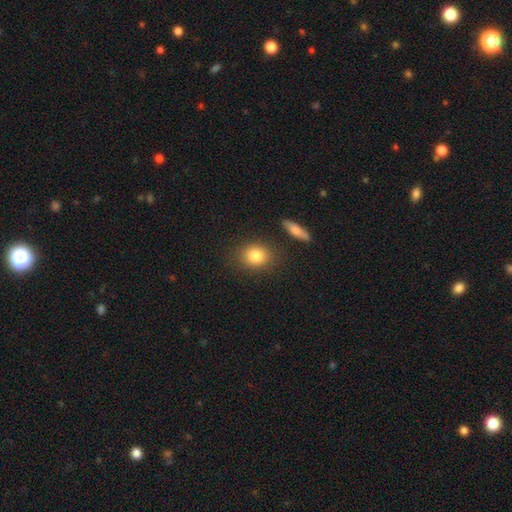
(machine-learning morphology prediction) smooth_or_featured: smooth (p=0.83) [alt: star or artifact p=0.09]
how_rounded: round (p=0.59) [alt: in between p=0.39]
merging: none (p=0.82) [alt: minor disturbance p=0.10]